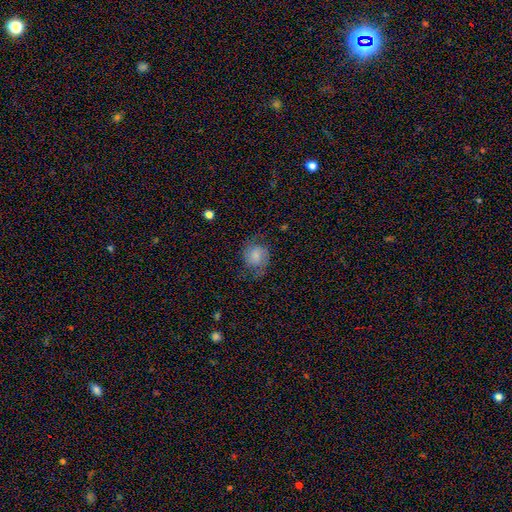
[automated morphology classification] smooth_or_featured: smooth (p=0.47) [alt: featured or disk p=0.43]
merging: none (p=0.65) [alt: minor disturbance p=0.21]